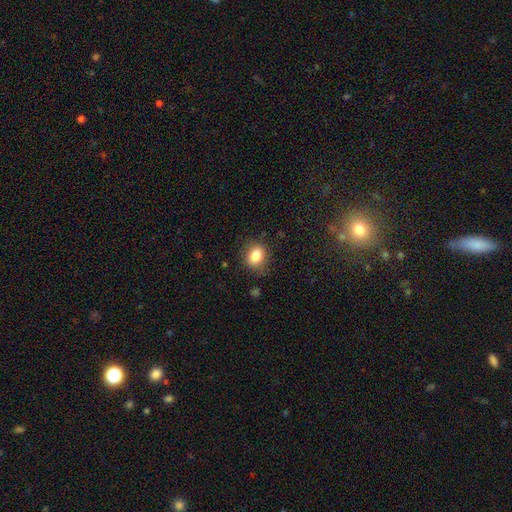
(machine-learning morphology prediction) A smooth galaxy with no disk features (84%) that is round (50%).

Vote fractions:
- Smooth or featured? smooth: 84% / star or artifact: 10% / featured or disk: 6%
- How rounded? round: 50% / in between: 49% / cigar-shaped: 1%
- Merging? none: 80% / minor disturbance: 15% / major disturbance: 4% / merger: 1%